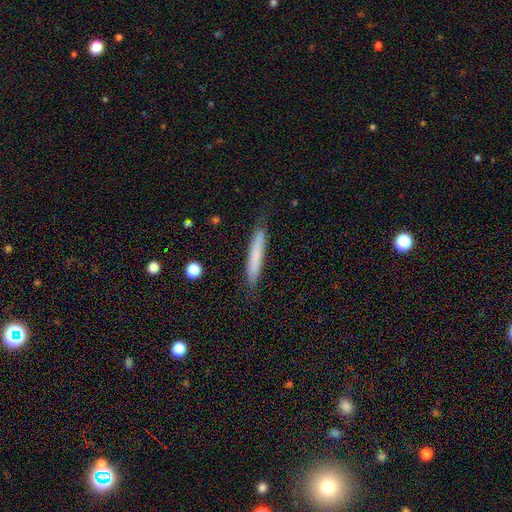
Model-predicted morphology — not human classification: This is likely a smooth galaxy (75%). How rounded: clearly cigar-shaped (95%). Merging: clearly none (82%).